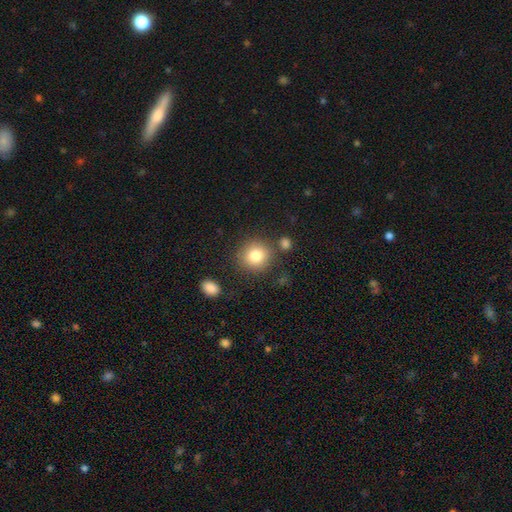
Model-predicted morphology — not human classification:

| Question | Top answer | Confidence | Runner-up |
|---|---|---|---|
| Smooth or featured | smooth | 81% | star or artifact (10%) |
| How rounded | round | 89% | in between (10%) |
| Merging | none | 81% | minor disturbance (9%) |